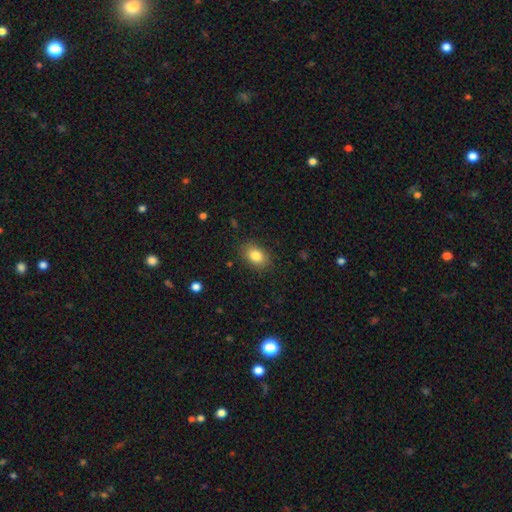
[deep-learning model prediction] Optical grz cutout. It shows a smooth galaxy with no disk features (84%) that is in between round and cigar-shaped (81%). Merging: none (84%).